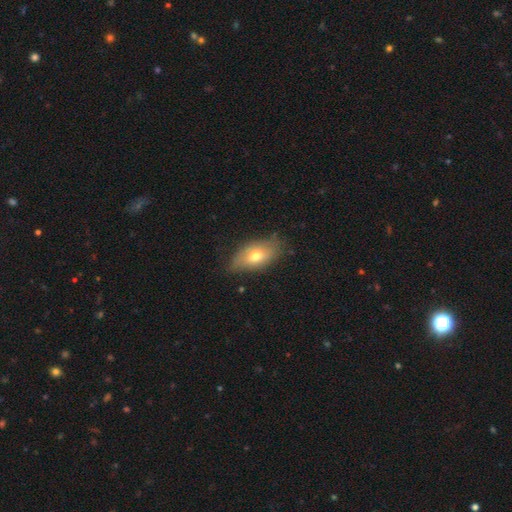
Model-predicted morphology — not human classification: Smooth or featured?
  - smooth: 68% *
  - featured or disk: 25%
  - star or artifact: 8%
How rounded?
  - in between: 88% *
  - round: 7%
  - cigar-shaped: 5%
Merging?
  - none: 70% *
  - minor disturbance: 24%
  - major disturbance: 5%
  - merger: 1%